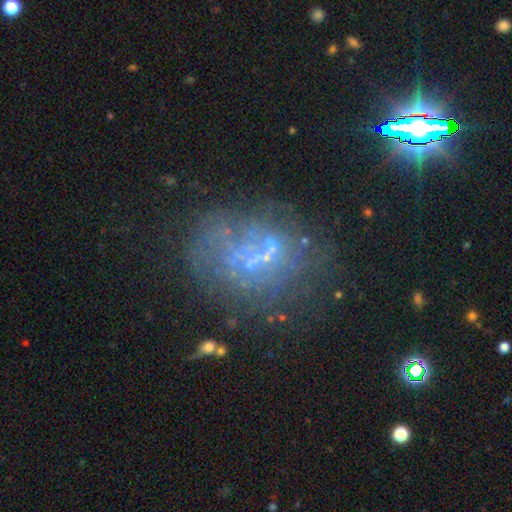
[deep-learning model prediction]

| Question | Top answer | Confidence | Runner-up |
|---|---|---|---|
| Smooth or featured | featured or disk | 51% | star or artifact (31%) |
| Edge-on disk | no | 96% | yes (4%) |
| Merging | none | 51% | major disturbance (24%) |